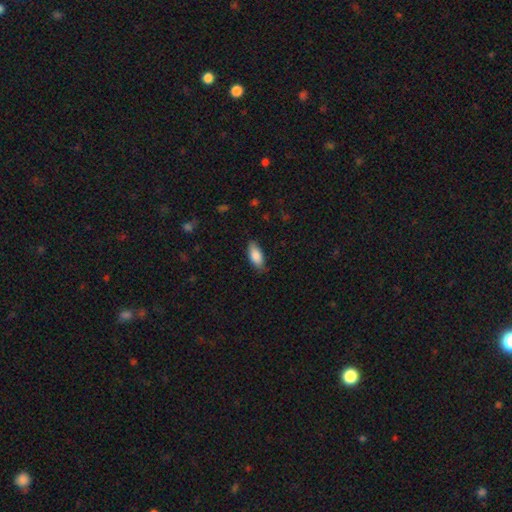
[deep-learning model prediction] Smooth or featured: smooth — 84% (featured or disk — 9%)
How rounded: in between — 83% (cigar-shaped — 14%)
Merging: none — 80% (minor disturbance — 16%)